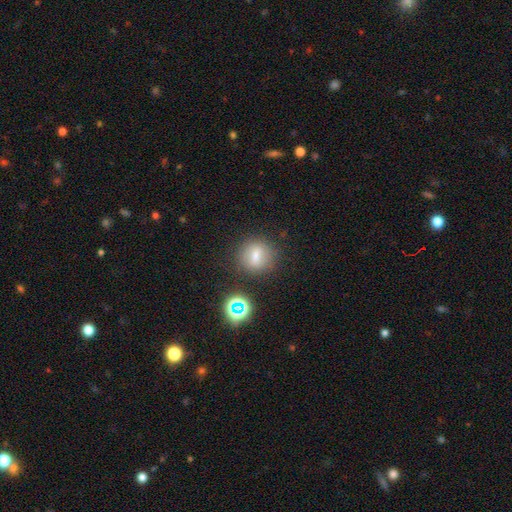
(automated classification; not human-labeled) A smooth galaxy with no disk features (65%) that is round (76%).

Vote fractions:
- Smooth or featured? smooth: 65% / featured or disk: 20% / star or artifact: 16%
- How rounded? round: 76% / in between: 21% / cigar-shaped: 3%
- Merging? none: 79% / minor disturbance: 12% / merger: 5% / major disturbance: 4%